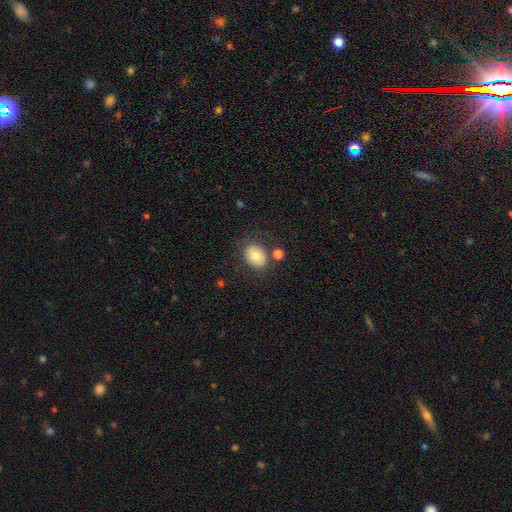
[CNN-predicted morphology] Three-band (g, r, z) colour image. It shows a smooth galaxy with no disk features (79%) that is in between round and cigar-shaped (54%). Merging: none (73%).